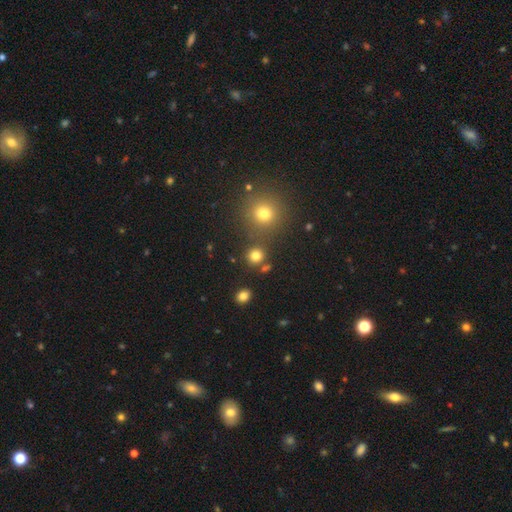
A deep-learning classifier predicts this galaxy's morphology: Smooth or featured? smooth (78%)
How rounded? round (89%)
Merging? none (80%)